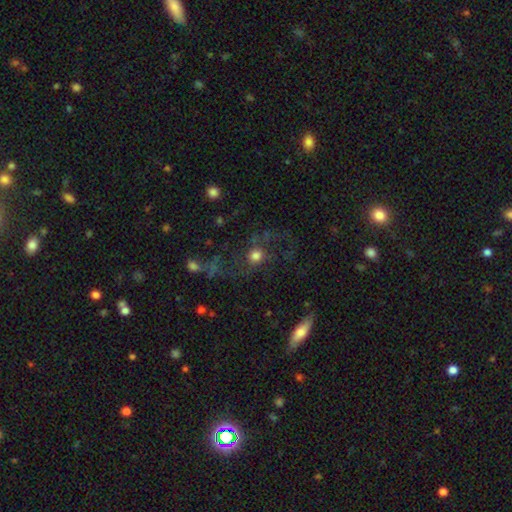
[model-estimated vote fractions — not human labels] Smooth or featured? featured or disk (46%)
Merging? none (51%)